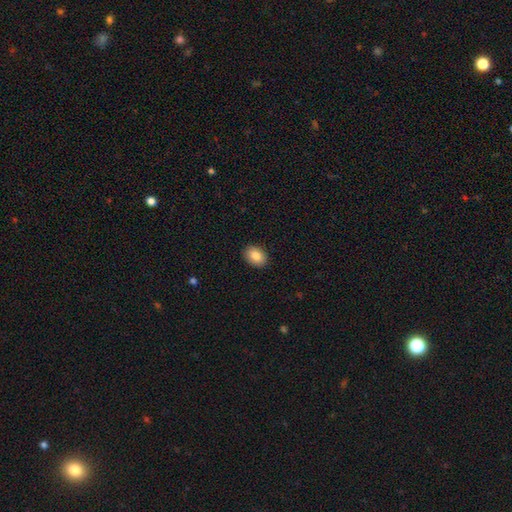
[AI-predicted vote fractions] A smooth galaxy with no disk features (85%) that is in between round and cigar-shaped (78%).

Vote fractions:
- Smooth or featured? smooth: 85% / star or artifact: 8% / featured or disk: 7%
- How rounded? in between: 78% / round: 21% / cigar-shaped: 1%
- Merging? none: 90% / minor disturbance: 7% / major disturbance: 2% / merger: 1%